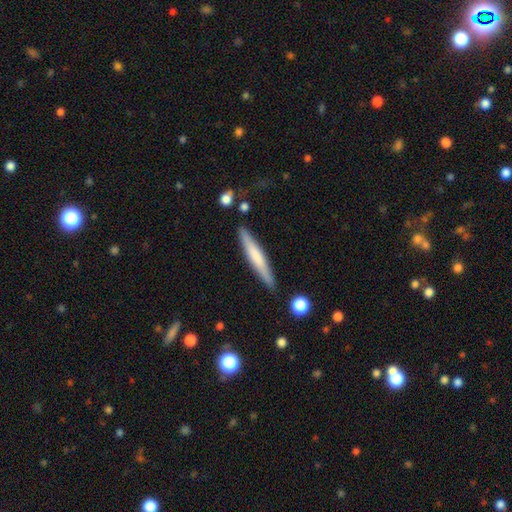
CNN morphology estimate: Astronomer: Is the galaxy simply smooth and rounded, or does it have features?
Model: smooth — 58% (runner-up: featured or disk, 36%).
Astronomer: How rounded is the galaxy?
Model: cigar-shaped — 94%.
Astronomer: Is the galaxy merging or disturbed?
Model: none — 86%.